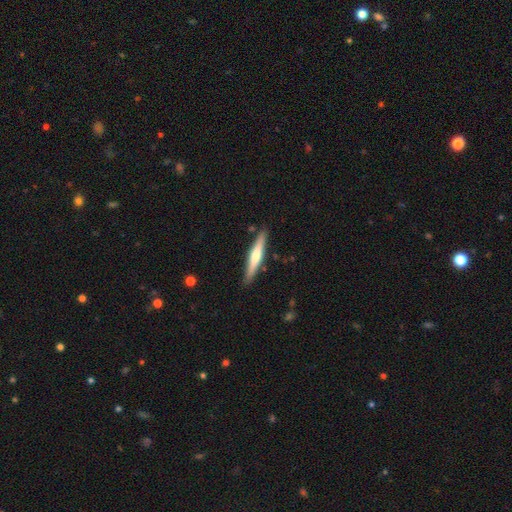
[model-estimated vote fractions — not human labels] Morphology: type=featured or disk (53%); edge-on=yes (97%); edge-on bulge=rounded (71%); merging=none (88%).